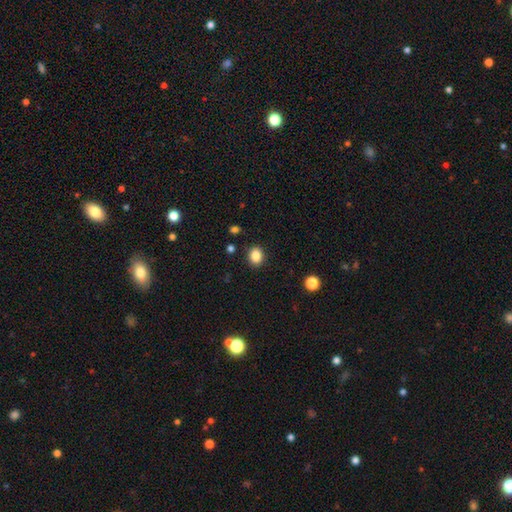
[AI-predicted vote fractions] The model was most divided on "how rounded": round: 60%, in between: 39%, cigar-shaped: 1%. More confident: merging — none (90%); smooth or featured — smooth (85%).